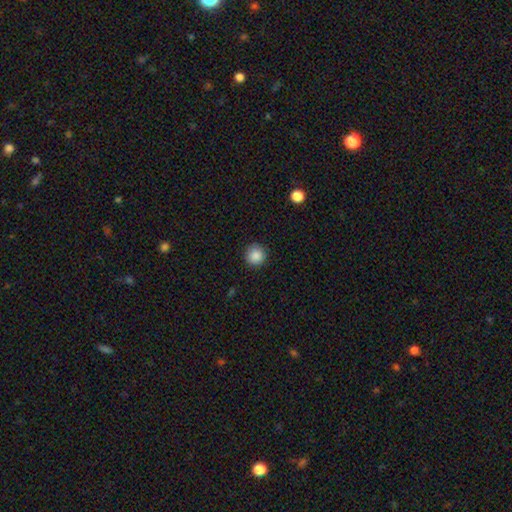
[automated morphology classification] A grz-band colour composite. It shows a smooth galaxy with no disk features (87%) that is round (95%). Merging: none (90%).